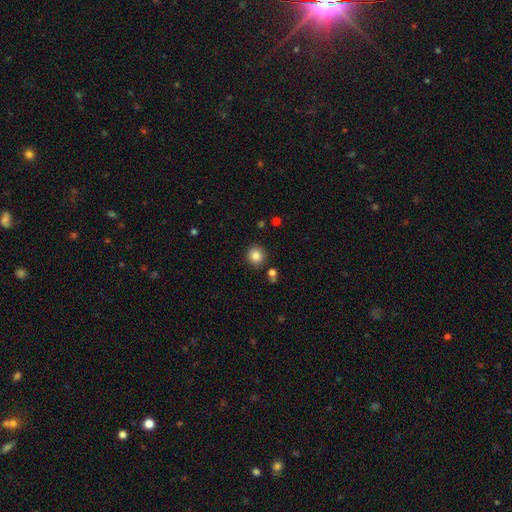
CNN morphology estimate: Smooth or featured: smooth — 85% (star or artifact — 11%)
How rounded: round — 92% (in between — 7%)
Merging: none — 88% (minor disturbance — 7%)